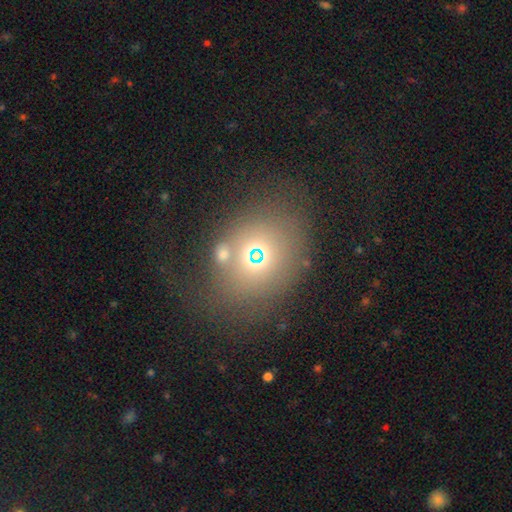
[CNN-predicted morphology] Q: Smooth or featured?
A: smooth (49%); runner-up: star or artifact (31%)
Q: Merging?
A: none (66%); runner-up: minor disturbance (13%)